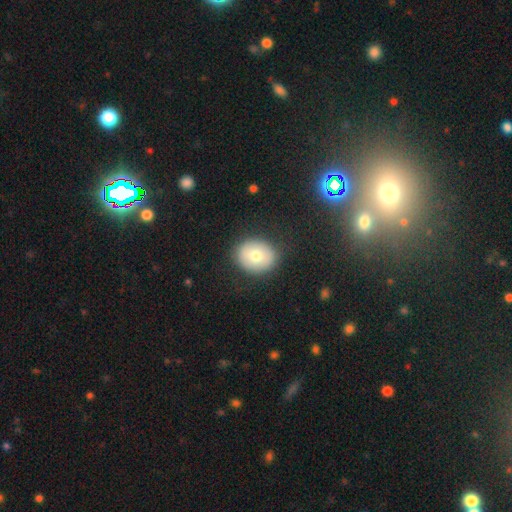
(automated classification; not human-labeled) A smooth galaxy with no disk features (72%) that is round (66%). Merging: none (86%).